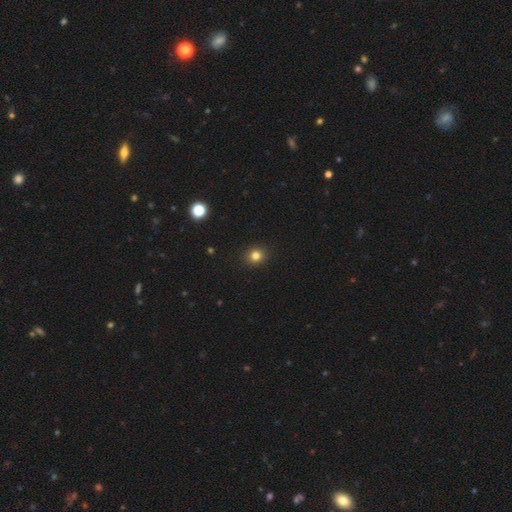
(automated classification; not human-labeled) A smooth galaxy with no disk features (81%) that is round (80%).

Vote fractions:
- Smooth or featured? smooth: 81% / star or artifact: 13% / featured or disk: 5%
- How rounded? round: 80% / in between: 19% / cigar-shaped: 1%
- Merging? none: 91% / minor disturbance: 6% / major disturbance: 2% / merger: 1%